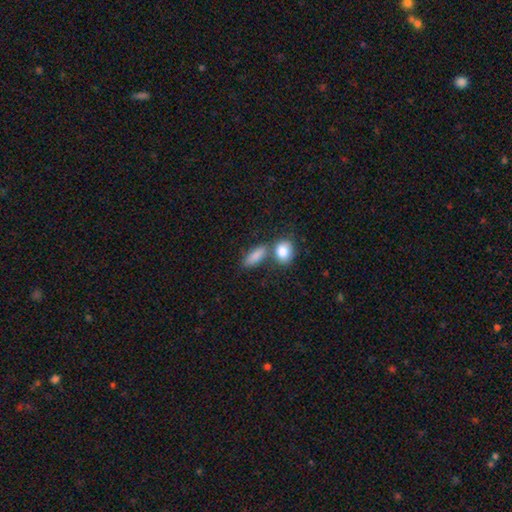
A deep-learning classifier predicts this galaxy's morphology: Smooth or featured: smooth — 85% (featured or disk — 8%)
How rounded: in between — 69% (cigar-shaped — 21%)
Merging: none — 55% (merger — 27%)